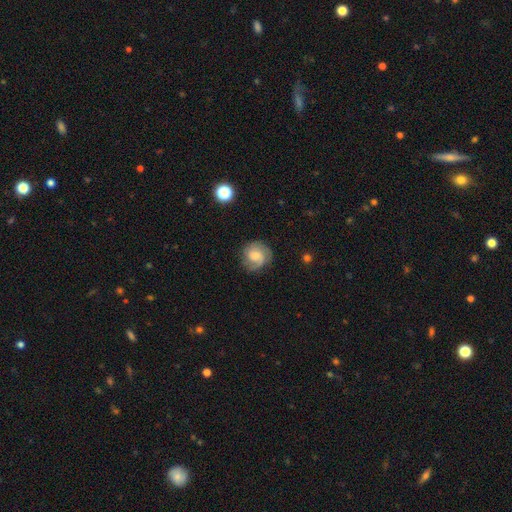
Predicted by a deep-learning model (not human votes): smooth_or_featured: featured or disk (p=0.62) [alt: smooth p=0.31]
disk_edge_on: no (p=0.98) [alt: yes p=0.02]
bar: no (p=0.61) [alt: weak p=0.34]
has_spiral_arms: yes (p=0.92) [alt: no p=0.08]
spiral_winding: tight (p=0.46) [alt: medium p=0.40]
spiral_arm_count: 2 (p=0.51) [alt: can't tell p=0.19]
bulge_size: small (p=0.44) [alt: moderate p=0.38]
merging: none (p=0.75) [alt: minor disturbance p=0.17]